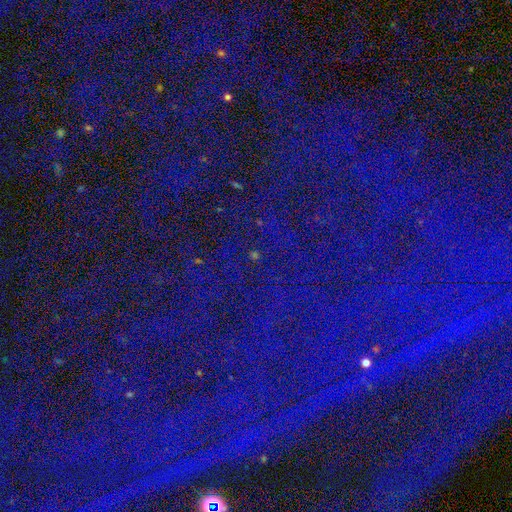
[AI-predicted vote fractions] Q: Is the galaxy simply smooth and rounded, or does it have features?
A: star or artifact — 87%.